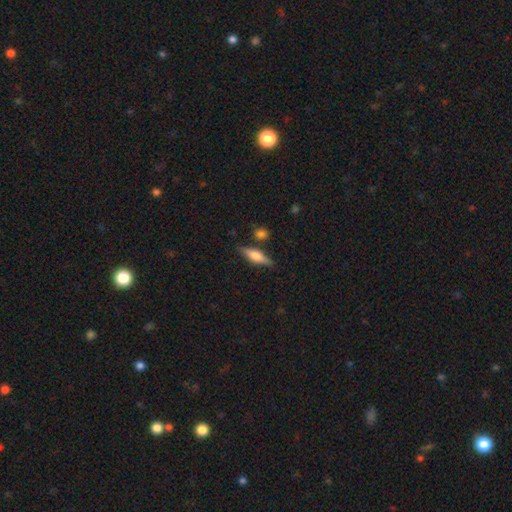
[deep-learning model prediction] smooth 49%, featured or disk 45%, star or artifact 7%. Down the decision tree: merging — none (80%).